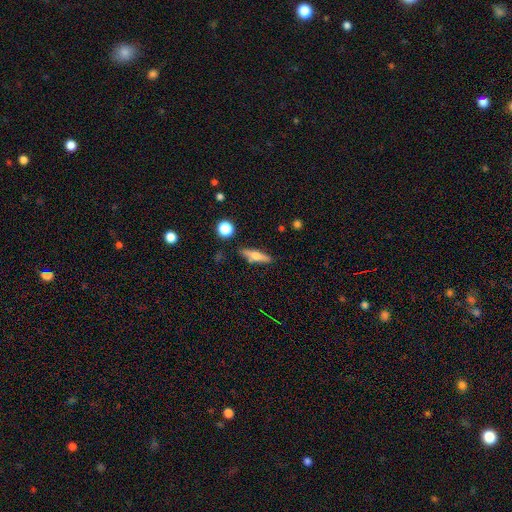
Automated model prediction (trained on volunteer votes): A smooth galaxy with no disk features (52%) that is cigar-shaped (64%).

Vote fractions:
- Smooth or featured? smooth: 52% / featured or disk: 40% / star or artifact: 8%
- How rounded? cigar-shaped: 64% / in between: 32% / round: 4%
- Merging? none: 82% / minor disturbance: 11% / merger: 3% / major disturbance: 3%